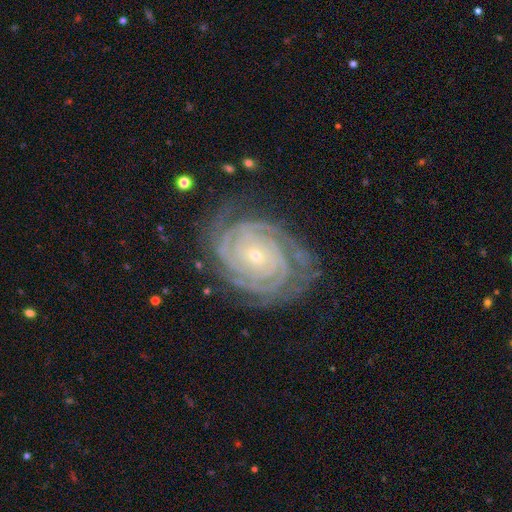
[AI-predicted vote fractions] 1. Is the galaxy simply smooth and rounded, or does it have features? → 91% featured or disk, 5% star or artifact, 4% smooth.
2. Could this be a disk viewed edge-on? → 97% no, 3% yes.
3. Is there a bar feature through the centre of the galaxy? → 74% no, 16% weak, 10% strong.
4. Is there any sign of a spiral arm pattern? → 98% yes, 2% no.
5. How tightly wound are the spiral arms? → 88% tight, 11% medium, 2% loose.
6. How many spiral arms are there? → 22% 4, 21% 2, 21% 3, 17% can't tell, 12% more than 4, 8% 1.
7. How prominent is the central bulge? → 85% small, 12% moderate, 1% none, 1% large, 1% dominant.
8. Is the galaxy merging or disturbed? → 77% none, 16% minor disturbance, 5% major disturbance, 1% merger.